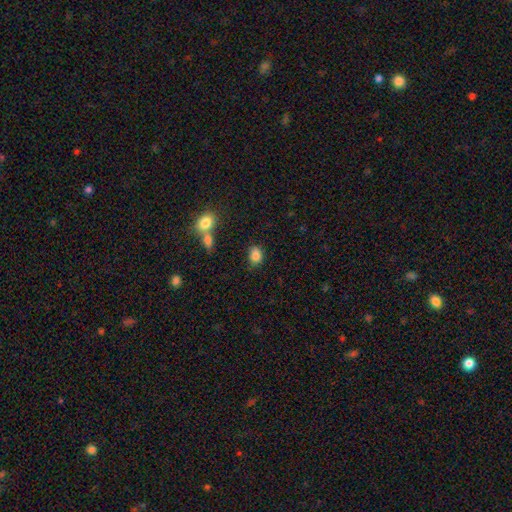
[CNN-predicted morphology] Q: Smooth or featured?
A: smooth (85%); runner-up: star or artifact (10%)
Q: How rounded?
A: in between (66%); runner-up: round (32%)
Q: Merging?
A: none (71%); runner-up: minor disturbance (16%)